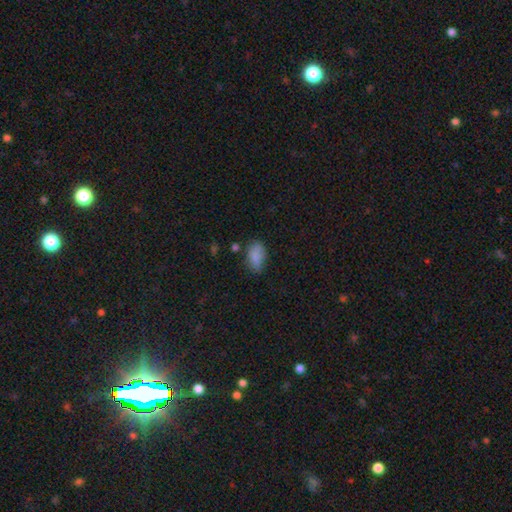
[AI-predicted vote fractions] Q: Smooth or featured?
A: smooth (83%); runner-up: star or artifact (9%)
Q: How rounded?
A: in between (91%); runner-up: round (5%)
Q: Merging?
A: none (60%); runner-up: minor disturbance (29%)